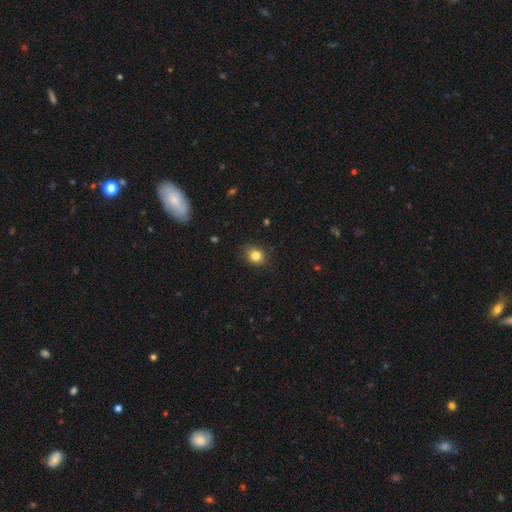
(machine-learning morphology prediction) Smooth or featured?
  - smooth: 83% *
  - star or artifact: 11%
  - featured or disk: 6%
How rounded?
  - round: 73% *
  - in between: 26%
  - cigar-shaped: 1%
Merging?
  - none: 84% *
  - minor disturbance: 13%
  - major disturbance: 3%
  - merger: 1%